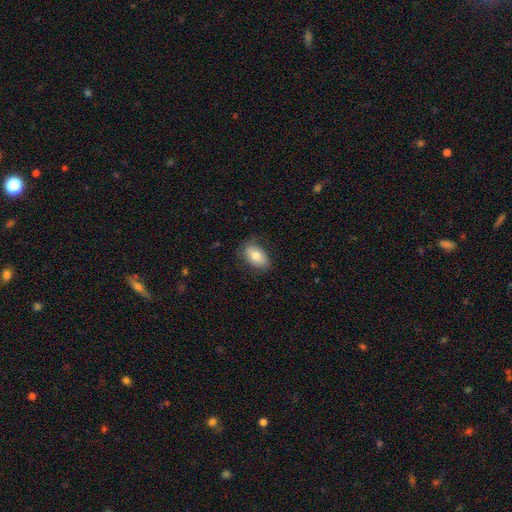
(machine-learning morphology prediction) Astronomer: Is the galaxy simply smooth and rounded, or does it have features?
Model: smooth — 76%.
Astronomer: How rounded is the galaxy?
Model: in between — 89%.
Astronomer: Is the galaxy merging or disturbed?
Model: none — 74%.